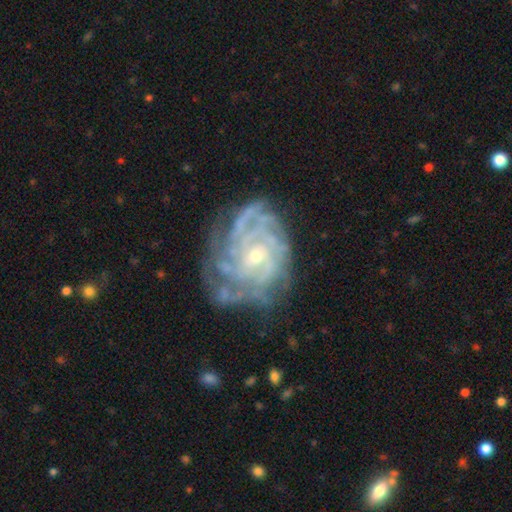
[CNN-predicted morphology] A featured or disk galaxy (87%) with no bar (68%), tight (71%) spiral arms (95%) and a small central bulge (67%).

Vote fractions:
- Smooth or featured? featured or disk: 87% / star or artifact: 6% / smooth: 6%
- Edge-on disk? no: 97% / yes: 3%
- Bar? no: 68% / weak: 26% / strong: 6%
- Spiral arms? yes: 95% / no: 5%
- Spiral winding? tight: 71% / medium: 24% / loose: 5%
- Spiral arm count? can't tell: 35% / 4: 23% / more than 4: 17% / 3: 12% / 2: 9% / 1: 6%
- Bulge size? small: 67% / moderate: 29% / none: 2% / large: 1% / dominant: 1%
- Merging? none: 65% / minor disturbance: 21% / major disturbance: 11% / merger: 2%